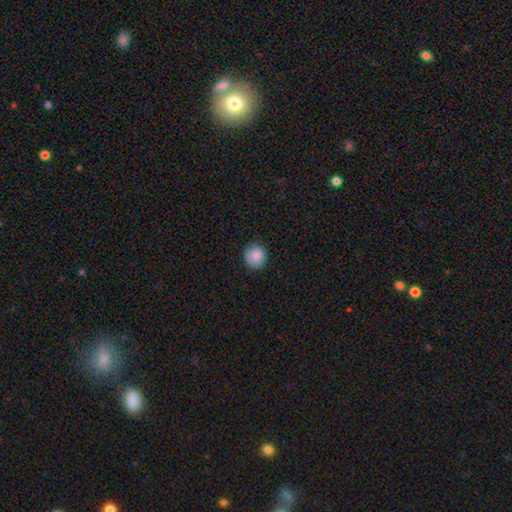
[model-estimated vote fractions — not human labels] Q: Smooth or featured?
A: smooth (86%); runner-up: star or artifact (8%)
Q: How rounded?
A: round (89%); runner-up: in between (10%)
Q: Merging?
A: none (85%); runner-up: minor disturbance (11%)